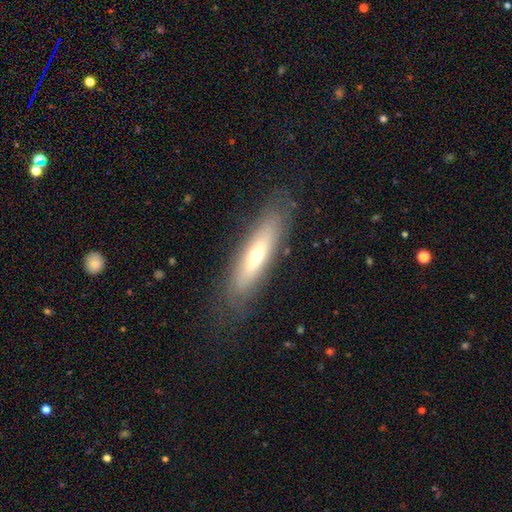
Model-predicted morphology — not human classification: A smooth galaxy with no disk features (48%). Merging: none (80%).